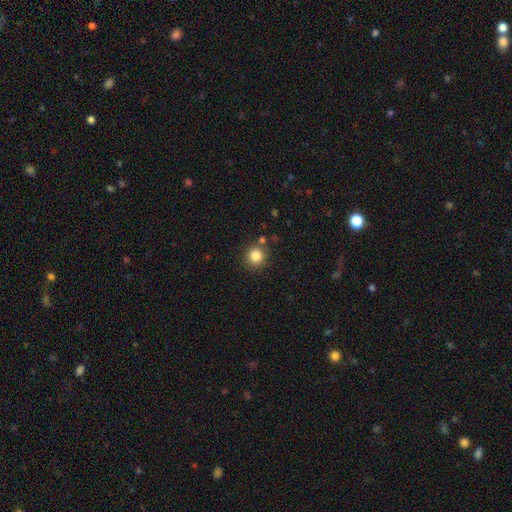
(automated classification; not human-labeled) The model was most divided on "smooth or featured": smooth: 83%, star or artifact: 11%, featured or disk: 5%. More confident: how rounded — round (91%); merging — none (82%).